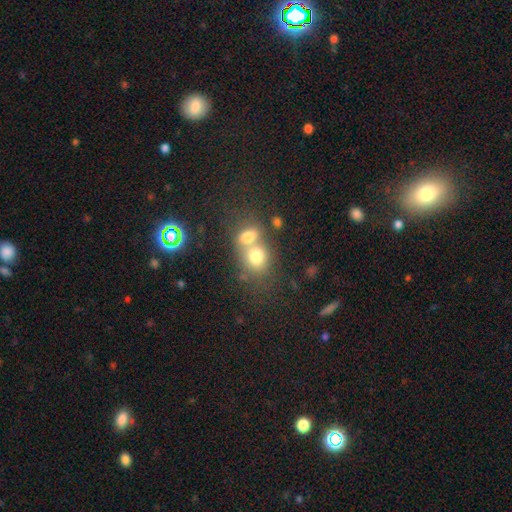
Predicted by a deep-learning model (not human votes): This is likely a smooth galaxy (71%). How rounded: likely round (61%). Merging: likely merger (62%).